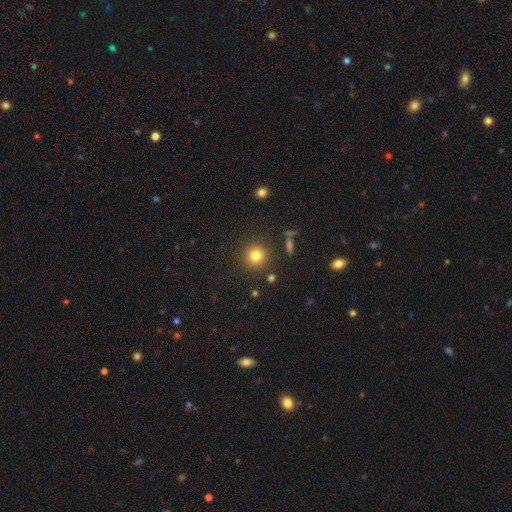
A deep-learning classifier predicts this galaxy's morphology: Smooth or featured: smooth — 80% (star or artifact — 13%)
How rounded: round — 93% (in between — 6%)
Merging: none — 87% (minor disturbance — 7%)